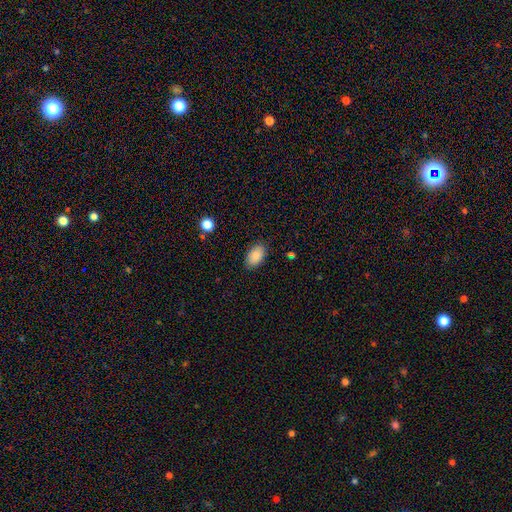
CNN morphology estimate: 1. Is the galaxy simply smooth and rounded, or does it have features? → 88% smooth, 7% star or artifact, 5% featured or disk.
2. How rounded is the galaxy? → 93% in between, 6% round, 1% cigar-shaped.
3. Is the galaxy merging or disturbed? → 86% none, 10% minor disturbance, 2% major disturbance, 1% merger.